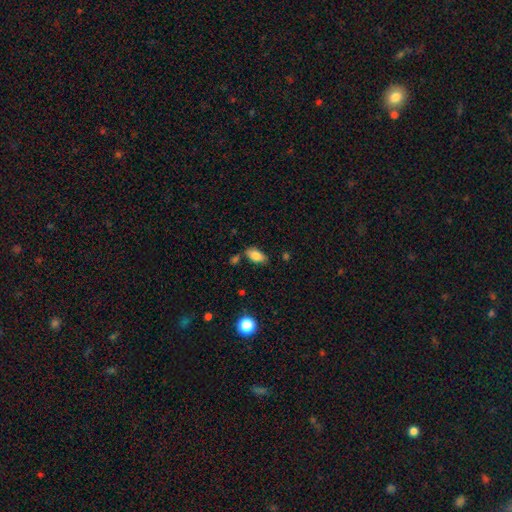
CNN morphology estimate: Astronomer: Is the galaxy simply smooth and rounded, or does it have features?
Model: smooth — 84%.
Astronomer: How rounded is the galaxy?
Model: in between — 91%.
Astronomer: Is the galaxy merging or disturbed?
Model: none — 75%.